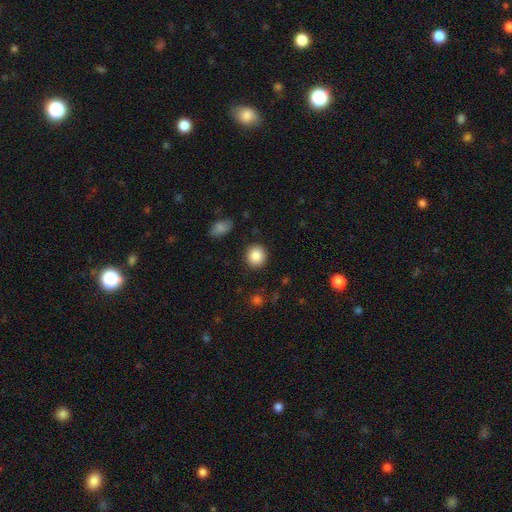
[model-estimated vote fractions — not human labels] This is clearly a smooth galaxy (87%). How rounded: clearly round (88%). Merging: clearly none (90%).